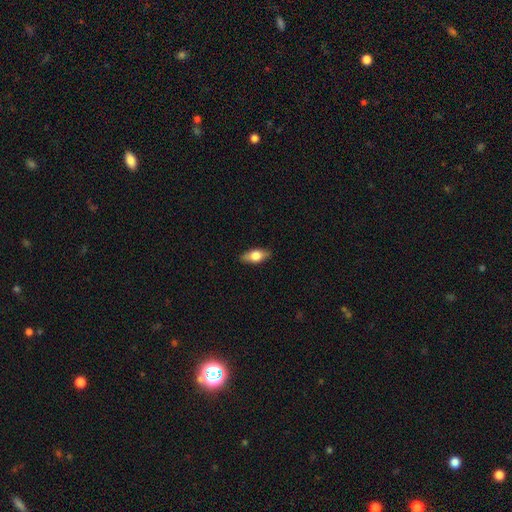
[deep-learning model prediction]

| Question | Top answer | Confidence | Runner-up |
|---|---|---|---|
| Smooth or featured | smooth | 59% | featured or disk (34%) |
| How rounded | in between | 78% | cigar-shaped (18%) |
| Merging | none | 87% | minor disturbance (10%) |